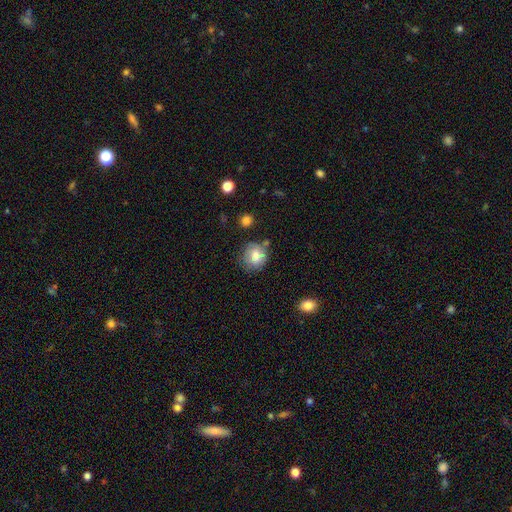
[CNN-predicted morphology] Smooth or featured?
  - smooth: 72% *
  - featured or disk: 19%
  - star or artifact: 10%
How rounded?
  - round: 76% *
  - in between: 23%
  - cigar-shaped: 1%
Merging?
  - none: 63% *
  - minor disturbance: 21%
  - merger: 10%
  - major disturbance: 7%